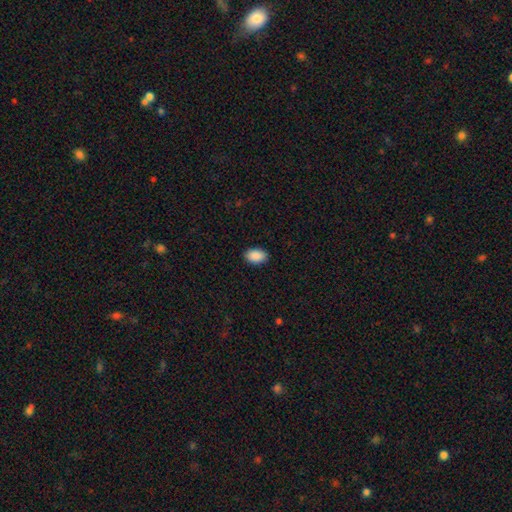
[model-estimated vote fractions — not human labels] A smooth galaxy with no disk features (90%) that is in between round and cigar-shaped (88%).

Vote fractions:
- Smooth or featured? smooth: 90% / star or artifact: 7% / featured or disk: 3%
- How rounded? in between: 88% / round: 10% / cigar-shaped: 1%
- Merging? none: 89% / minor disturbance: 8% / major disturbance: 2% / merger: 1%